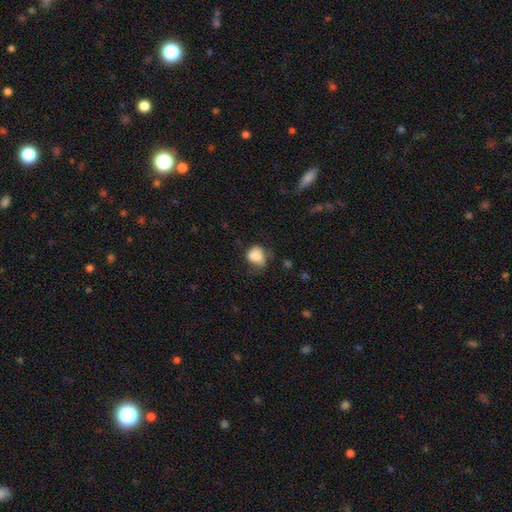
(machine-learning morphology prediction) A smooth galaxy with no disk features (84%) that is round (58%).

Vote fractions:
- Smooth or featured? smooth: 84% / star or artifact: 9% / featured or disk: 7%
- How rounded? round: 58% / in between: 41% / cigar-shaped: 1%
- Merging? none: 44% / minor disturbance: 36% / major disturbance: 17% / merger: 3%